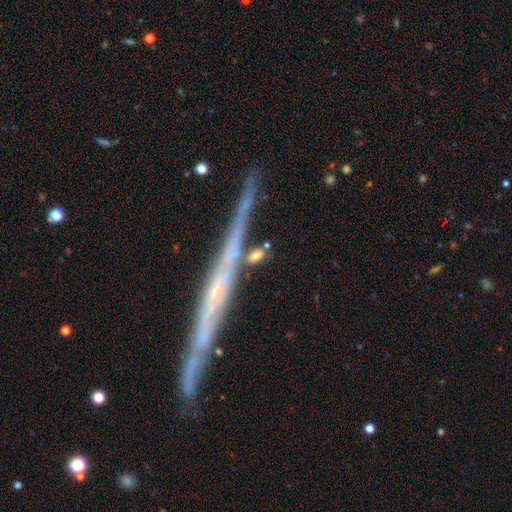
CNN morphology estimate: type=smooth (67%); roundness=in between (54%); merging=none (71%).